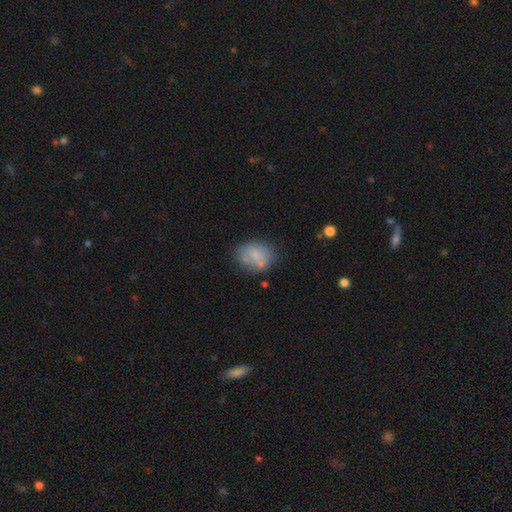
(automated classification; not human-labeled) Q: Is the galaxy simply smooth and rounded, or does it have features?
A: smooth — 65%.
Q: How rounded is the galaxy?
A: in between — 52%.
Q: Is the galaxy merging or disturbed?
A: none — 57%.